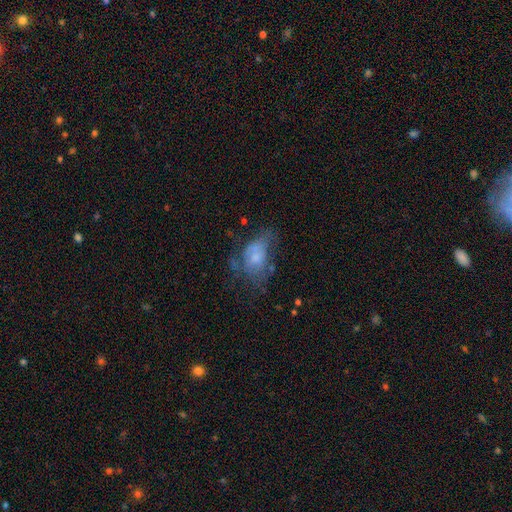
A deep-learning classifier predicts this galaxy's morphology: This is possibly a smooth galaxy (48%). Merging: marginally major disturbance (36%).